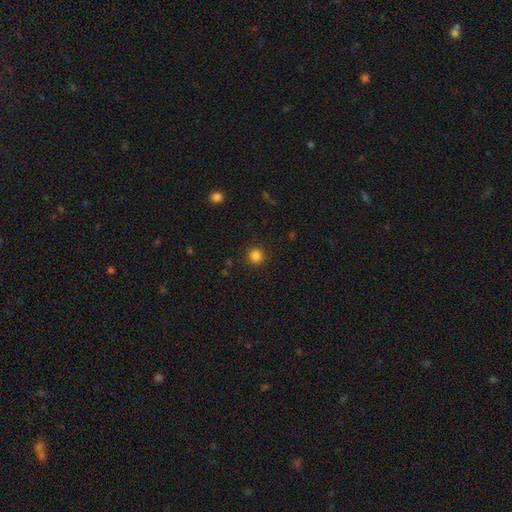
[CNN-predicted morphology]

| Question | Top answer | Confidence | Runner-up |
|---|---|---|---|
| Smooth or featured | smooth | 84% | star or artifact (13%) |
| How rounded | round | 94% | in between (5%) |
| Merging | none | 90% | minor disturbance (6%) |